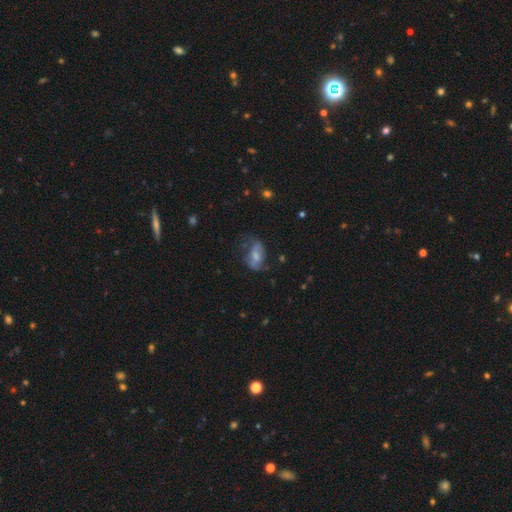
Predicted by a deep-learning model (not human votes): smooth_or_featured: smooth (p=0.51) [alt: featured or disk p=0.39]
how_rounded: in between (p=0.86) [alt: round p=0.09]
merging: none (p=0.41) [alt: minor disturbance p=0.29]